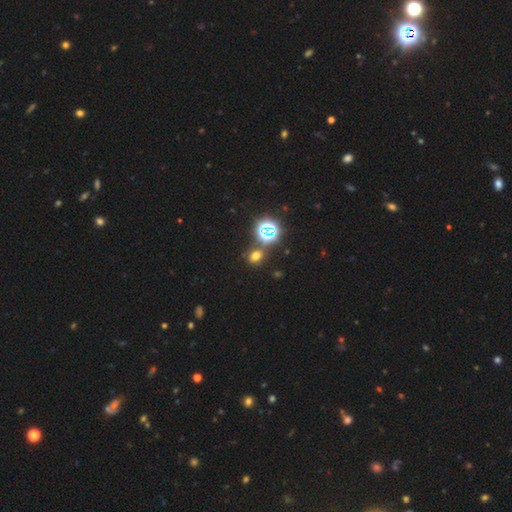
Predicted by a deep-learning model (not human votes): This appears to be a smooth galaxy with no disk features (58%) that is round (59%). Merging: none (78%).